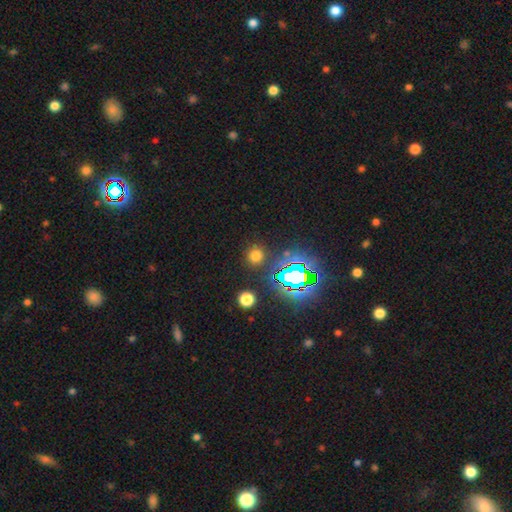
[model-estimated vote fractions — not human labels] A smooth galaxy with no disk features (66%) that is round (90%).

Vote fractions:
- Smooth or featured? smooth: 66% / star or artifact: 28% / featured or disk: 6%
- How rounded? round: 90% / in between: 9% / cigar-shaped: 1%
- Merging? none: 86% / minor disturbance: 7% / merger: 3% / major disturbance: 3%